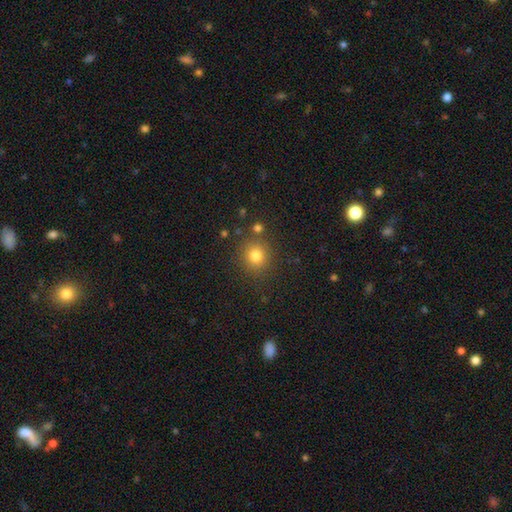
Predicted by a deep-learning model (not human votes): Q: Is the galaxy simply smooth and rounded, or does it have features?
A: smooth — 80%.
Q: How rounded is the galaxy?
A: round — 89%.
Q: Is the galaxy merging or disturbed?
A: none — 84%.